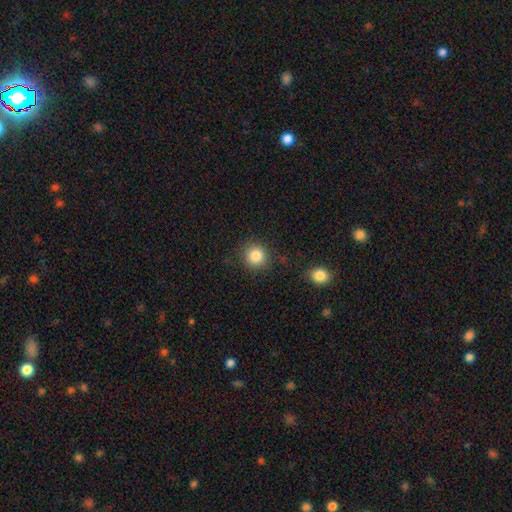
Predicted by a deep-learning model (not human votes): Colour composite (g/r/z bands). It shows a smooth galaxy with no disk features (84%) that is round (91%). Merging: none (85%).